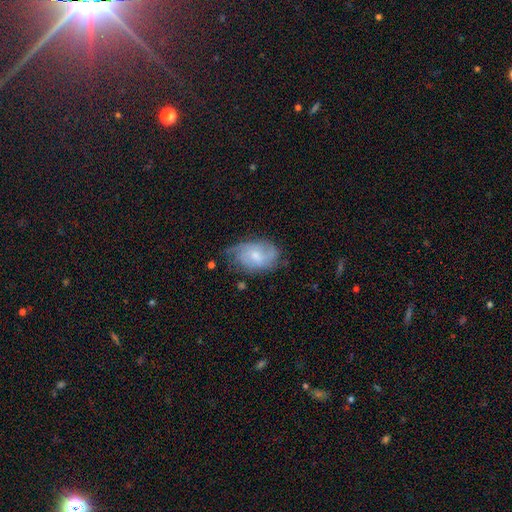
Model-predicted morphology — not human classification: smooth-or-featured: featured or disk: 57% | smooth: 36% | star or artifact: 7%
  disk-edge-on: no: 96% | yes: 4%
    bar: no: 60% | weak: 36% | strong: 5%
    has-spiral-arms: yes: 81% | no: 19%
    bulge-size: moderate: 48% | small: 43% | none: 5% | large: 3% | dominant: 1%
  merging: none: 52% | minor disturbance: 32% | major disturbance: 14% | merger: 2%